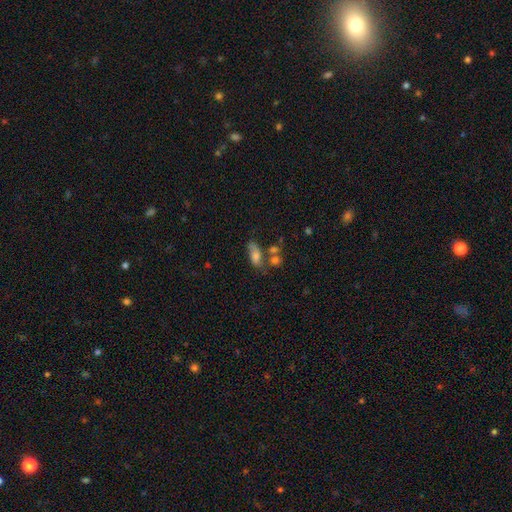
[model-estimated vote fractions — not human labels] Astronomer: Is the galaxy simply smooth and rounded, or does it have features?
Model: smooth — 66%.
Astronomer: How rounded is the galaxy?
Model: in between — 78%.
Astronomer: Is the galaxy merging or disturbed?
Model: none — 39% (runner-up: merger, 27%).